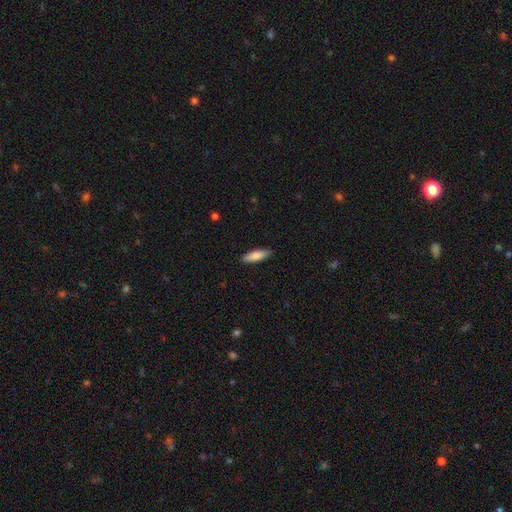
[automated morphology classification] A smooth galaxy with no disk features (80%) that is cigar-shaped (55%).

Vote fractions:
- Smooth or featured? smooth: 80% / featured or disk: 14% / star or artifact: 6%
- How rounded? cigar-shaped: 55% / in between: 43% / round: 2%
- Merging? none: 88% / minor disturbance: 9% / major disturbance: 2% / merger: 1%